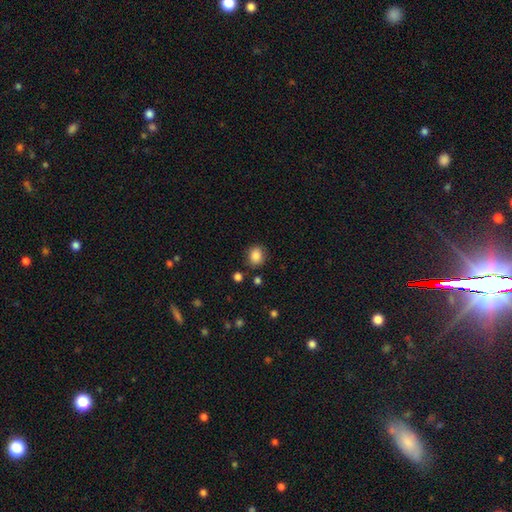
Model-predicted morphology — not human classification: smooth-or-featured: smooth: 86% | star or artifact: 10% | featured or disk: 4%
  how-rounded: round: 62% | in between: 37% | cigar-shaped: 1%
  merging: none: 83% | minor disturbance: 11% | major disturbance: 3% | merger: 3%